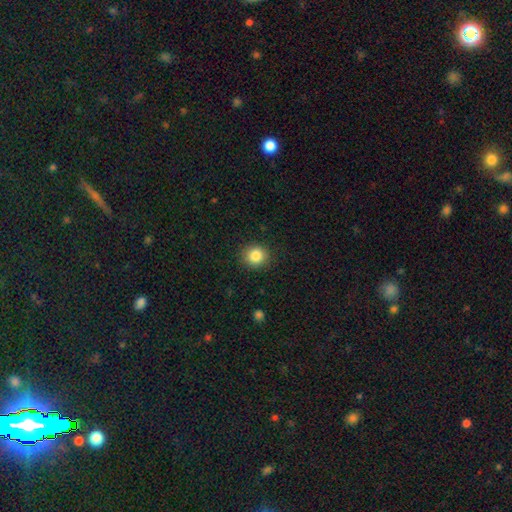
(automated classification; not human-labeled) Smooth or featured? smooth (85%)
How rounded? round (85%)
Merging? none (89%)